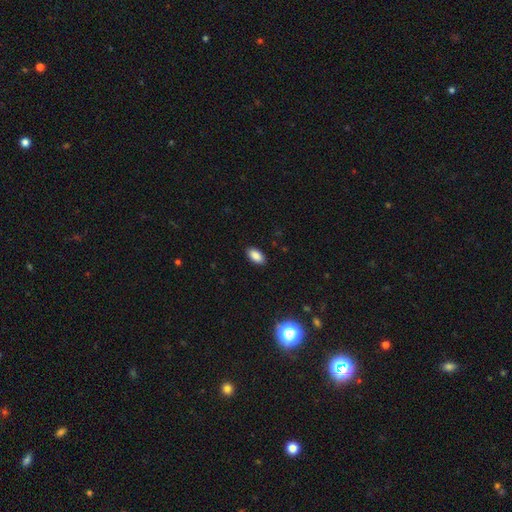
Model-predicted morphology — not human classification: Smooth or featured? Predicted: smooth (p=0.89). How rounded? Predicted: in between (p=0.94). Merging? Predicted: none (p=0.89).